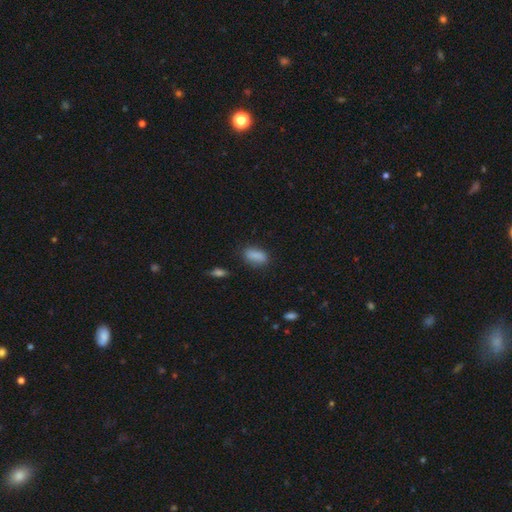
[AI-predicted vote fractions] The model was most divided on "merging": none: 73%, minor disturbance: 19%, major disturbance: 5%, merger: 3%. More confident: how rounded — in between (85%); smooth or featured — smooth (85%).